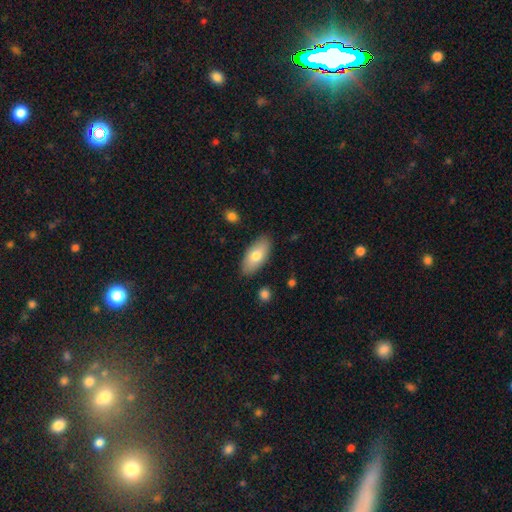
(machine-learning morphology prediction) Smooth or featured?
  - smooth: 75% *
  - featured or disk: 19%
  - star or artifact: 6%
How rounded?
  - in between: 89% *
  - cigar-shaped: 8%
  - round: 2%
Merging?
  - none: 86% *
  - minor disturbance: 10%
  - major disturbance: 2%
  - merger: 2%